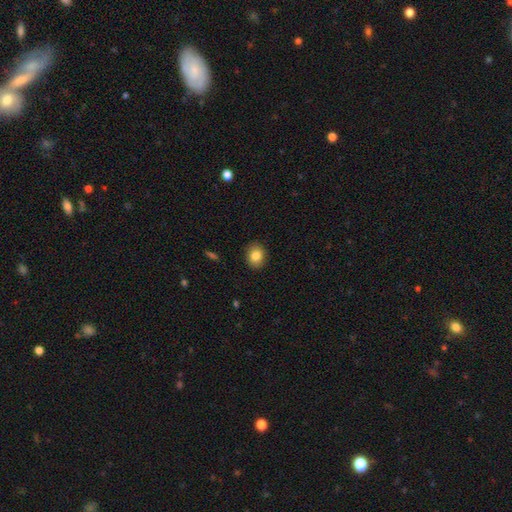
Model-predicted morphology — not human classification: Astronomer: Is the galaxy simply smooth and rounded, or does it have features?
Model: smooth — 84%.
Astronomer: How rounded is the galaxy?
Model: round — 61% (runner-up: in between, 38%).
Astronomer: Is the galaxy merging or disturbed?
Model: none — 89%.